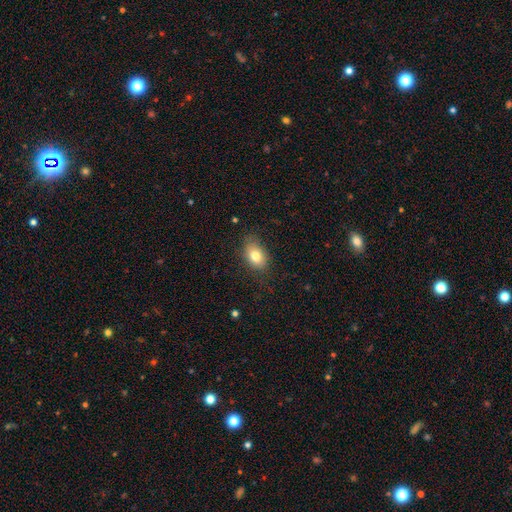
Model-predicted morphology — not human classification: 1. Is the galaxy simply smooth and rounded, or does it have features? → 79% smooth, 12% featured or disk, 9% star or artifact.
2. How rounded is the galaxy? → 86% in between, 13% round, 2% cigar-shaped.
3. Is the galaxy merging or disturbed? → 78% none, 17% minor disturbance, 4% major disturbance, 1% merger.